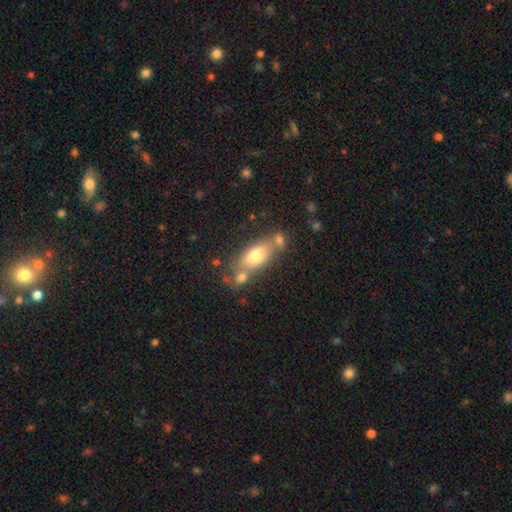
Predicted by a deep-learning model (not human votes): This is likely a smooth galaxy (69%). How rounded: likely in between (78%). Merging: possibly none (53%).